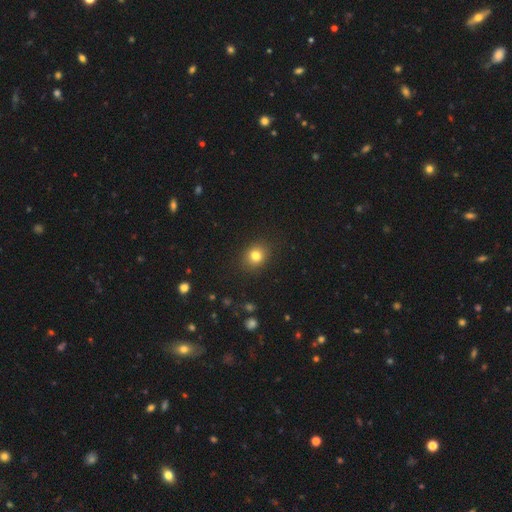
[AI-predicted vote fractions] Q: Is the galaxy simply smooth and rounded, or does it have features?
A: smooth — 80%.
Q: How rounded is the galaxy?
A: round — 69%.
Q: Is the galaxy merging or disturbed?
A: none — 88%.